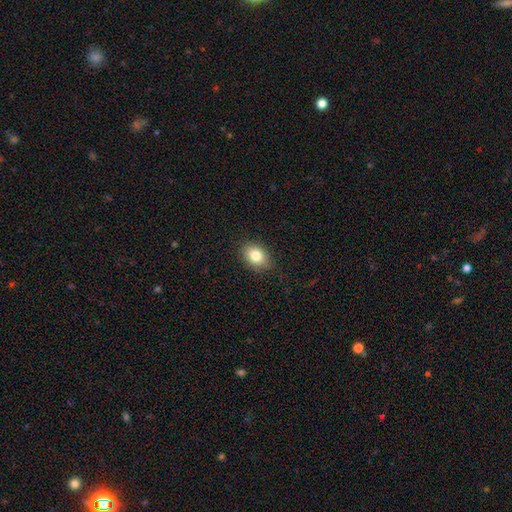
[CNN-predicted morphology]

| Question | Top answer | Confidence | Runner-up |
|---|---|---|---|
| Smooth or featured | smooth | 82% | star or artifact (9%) |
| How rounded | in between | 71% | round (28%) |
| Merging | none | 87% | minor disturbance (10%) |